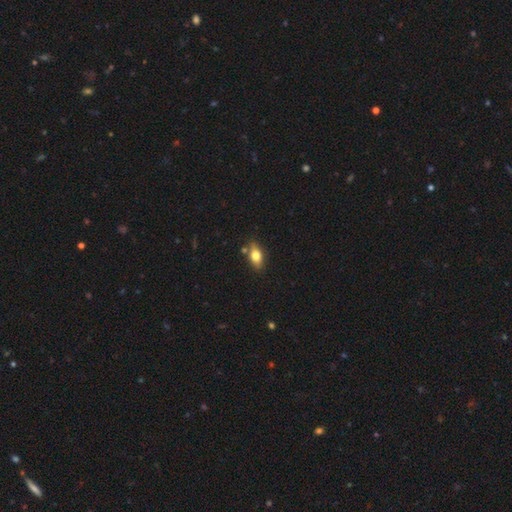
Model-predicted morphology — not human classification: A smooth galaxy with no disk features (73%) that is in between round and cigar-shaped (84%). Merging: none (78%).